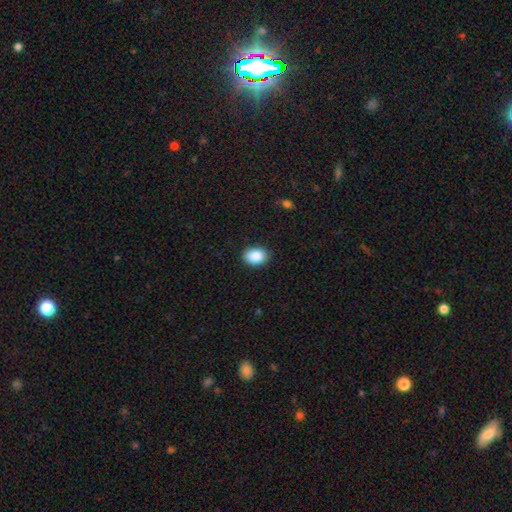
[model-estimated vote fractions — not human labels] Smooth or featured?
  - smooth: 87% *
  - star or artifact: 8%
  - featured or disk: 5%
How rounded?
  - in between: 74% *
  - round: 25%
  - cigar-shaped: 1%
Merging?
  - none: 90% *
  - minor disturbance: 8%
  - major disturbance: 2%
  - merger: 1%